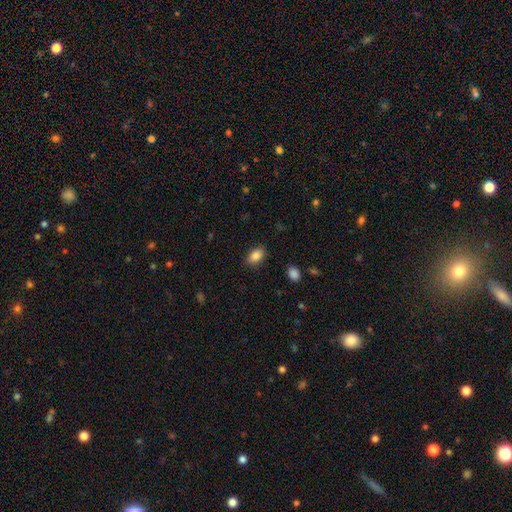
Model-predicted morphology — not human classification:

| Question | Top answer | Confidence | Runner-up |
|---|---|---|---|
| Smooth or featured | smooth | 86% | star or artifact (8%) |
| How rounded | in between | 88% | round (10%) |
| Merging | none | 87% | minor disturbance (10%) |